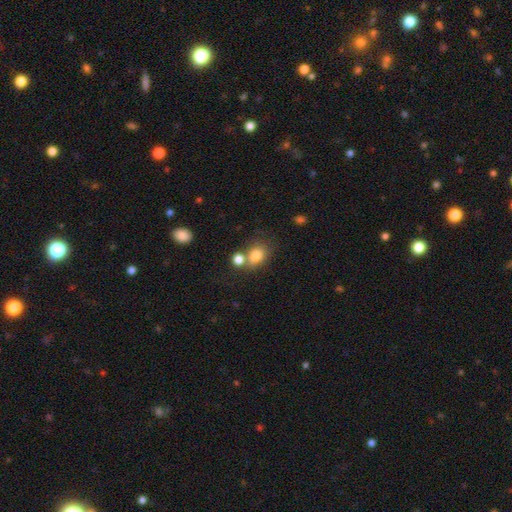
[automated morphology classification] Smooth or featured? smooth (79%)
How rounded? round (52%)
Merging? none (52%)